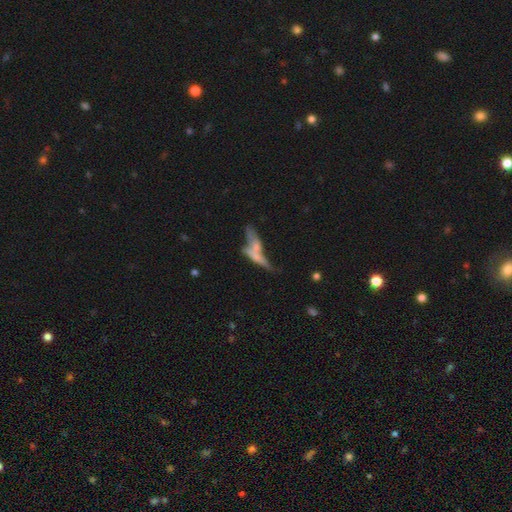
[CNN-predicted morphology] Smooth or featured?
  - smooth: 46% *
  - featured or disk: 44%
  - star or artifact: 10%
Merging?
  - merger: 49% *
  - none: 29%
  - minor disturbance: 12%
  - major disturbance: 10%